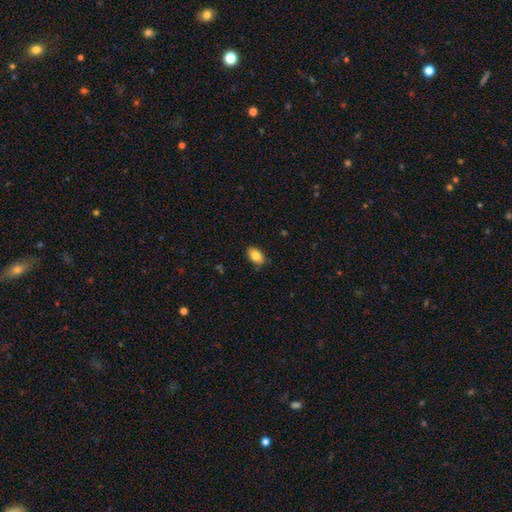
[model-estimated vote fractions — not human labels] Smooth or featured? Predicted: smooth (p=0.83). How rounded? Predicted: in between (p=0.90). Merging? Predicted: none (p=0.84).